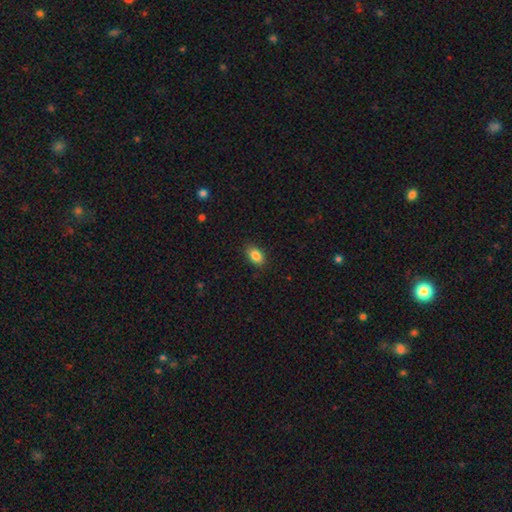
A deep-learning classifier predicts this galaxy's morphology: Overall: smooth (85%). How rounded: in between (86%). Merging: none (87%).